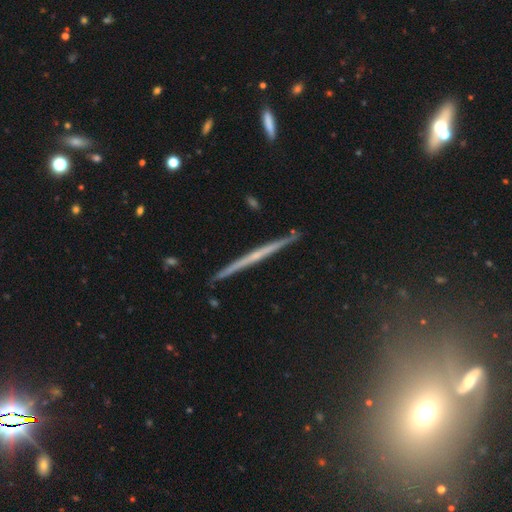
smooth-or-featured: featured or disk: 85% | smooth: 13% | star or artifact: 3%
  disk-edge-on: yes: 97% | no: 3%
    edge-on-bulge: none: 62% | rounded: 38% | boxy: 0%
  merging: none: 92% | major disturbance: 5% | merger: 3% | minor disturbance: 0%